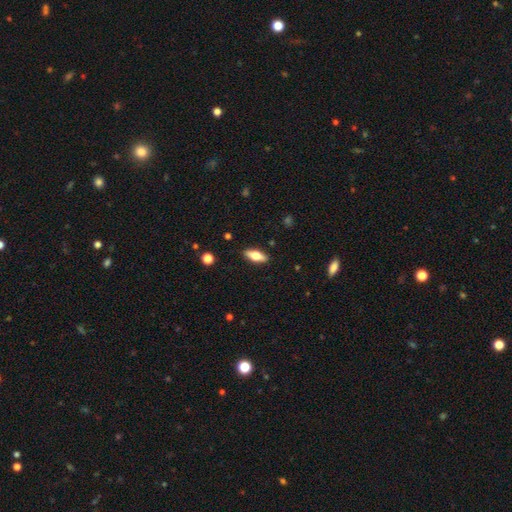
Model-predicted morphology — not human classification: smooth 58%, featured or disk 35%, star or artifact 7%. Down the decision tree: how rounded — in between (72%); merging — none (88%).